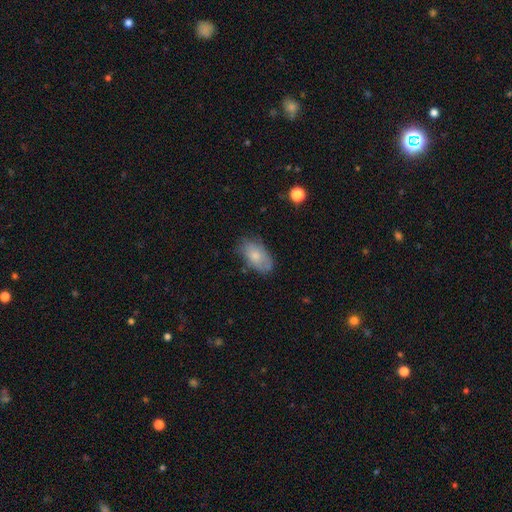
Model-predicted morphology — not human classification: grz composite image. It shows a smooth galaxy with no disk features (73%) that is in between round and cigar-shaped (93%). Merging: none (63%).